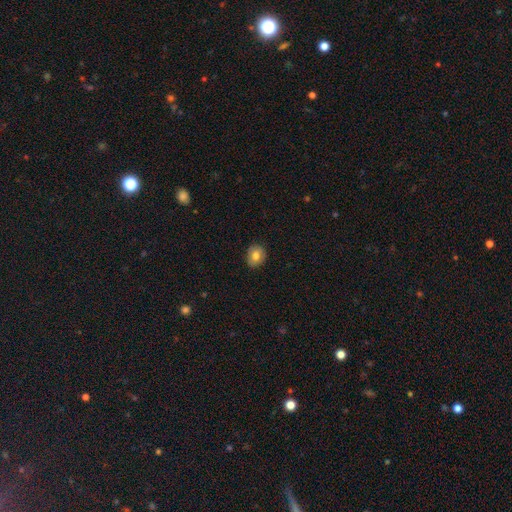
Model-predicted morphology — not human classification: A smooth galaxy with no disk features (76%) that is round (62%).

Vote fractions:
- Smooth or featured? smooth: 76% / featured or disk: 15% / star or artifact: 8%
- How rounded? round: 62% / in between: 37% / cigar-shaped: 1%
- Merging? none: 88% / minor disturbance: 9% / major disturbance: 2% / merger: 1%